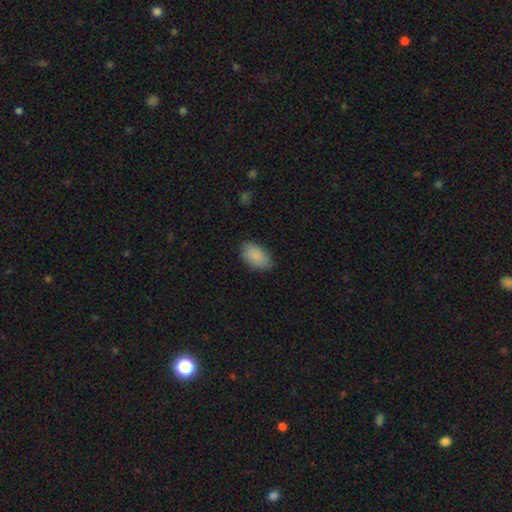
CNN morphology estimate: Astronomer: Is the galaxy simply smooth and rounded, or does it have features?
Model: smooth — 89%.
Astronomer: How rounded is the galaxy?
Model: in between — 94%.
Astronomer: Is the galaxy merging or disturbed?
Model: none — 83%.